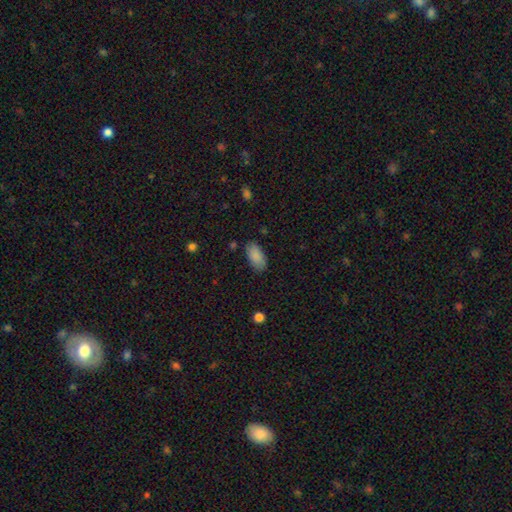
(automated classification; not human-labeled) The model was most divided on "merging": none: 83%, minor disturbance: 13%, major disturbance: 3%, merger: 2%. More confident: how rounded — in between (94%); smooth or featured — smooth (88%).